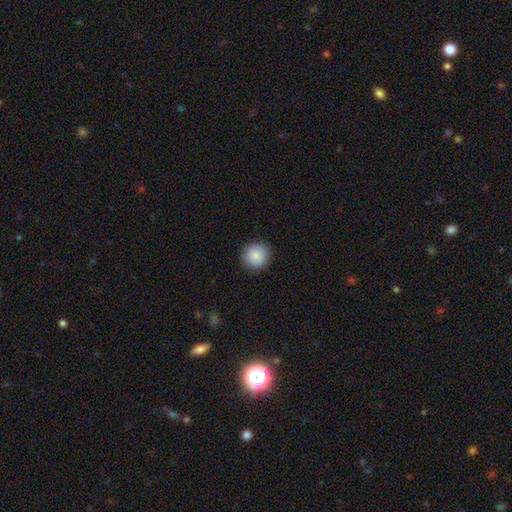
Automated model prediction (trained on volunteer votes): smooth 88%, star or artifact 8%, featured or disk 4%. Down the decision tree: how rounded — round (94%); merging — none (91%).